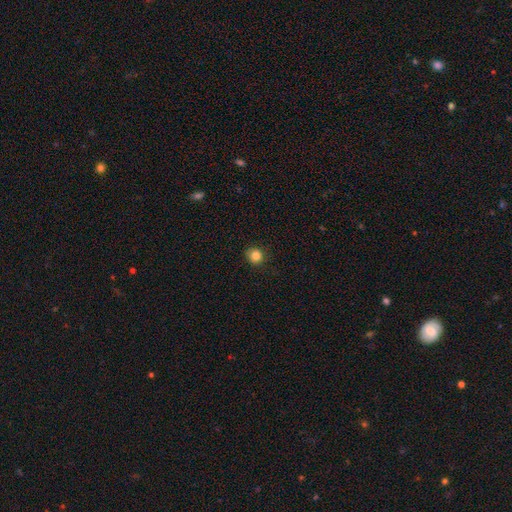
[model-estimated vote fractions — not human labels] Smooth or featured: smooth — 83% (star or artifact — 12%)
How rounded: round — 87% (in between — 12%)
Merging: none — 88% (minor disturbance — 9%)